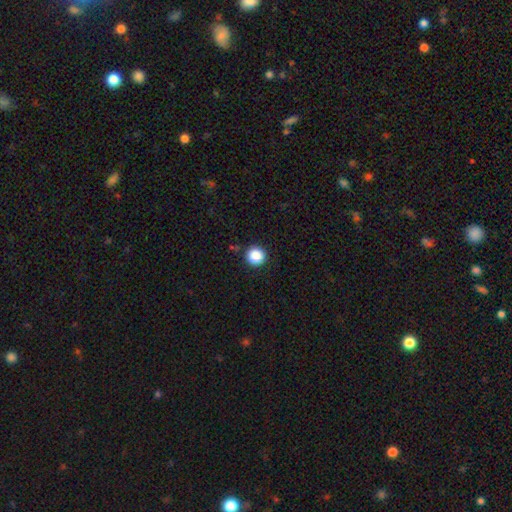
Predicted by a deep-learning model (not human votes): The model was most divided on "smooth or featured": smooth: 87%, star or artifact: 10%, featured or disk: 3%. More confident: how rounded — round (95%); merging — none (91%).